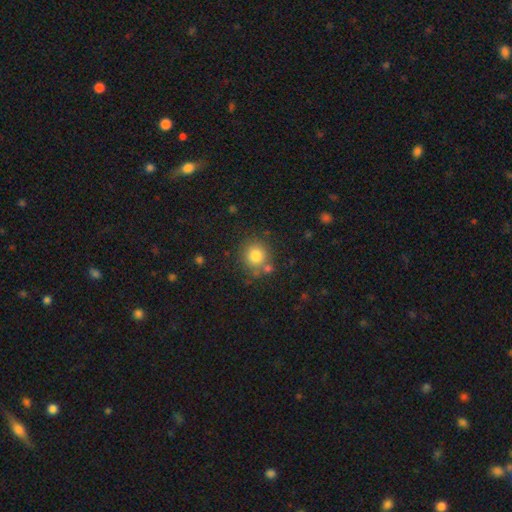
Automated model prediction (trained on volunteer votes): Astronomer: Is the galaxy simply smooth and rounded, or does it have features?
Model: smooth — 80%.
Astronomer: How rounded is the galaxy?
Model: round — 90%.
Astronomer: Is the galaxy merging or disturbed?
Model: none — 75%.